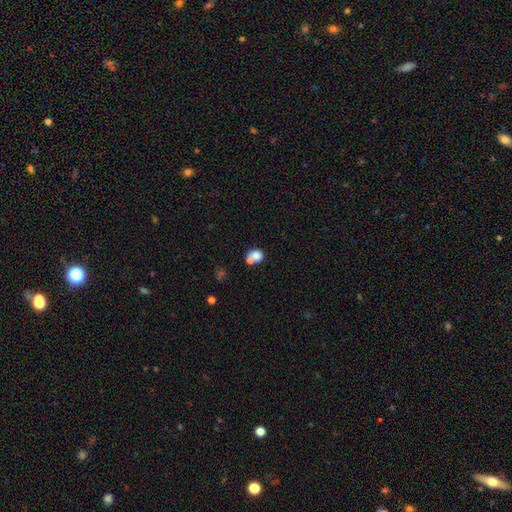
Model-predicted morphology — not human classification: smooth 77%, featured or disk 12%, star or artifact 11%. Down the decision tree: how rounded — round (68%); merging — merger (44%).